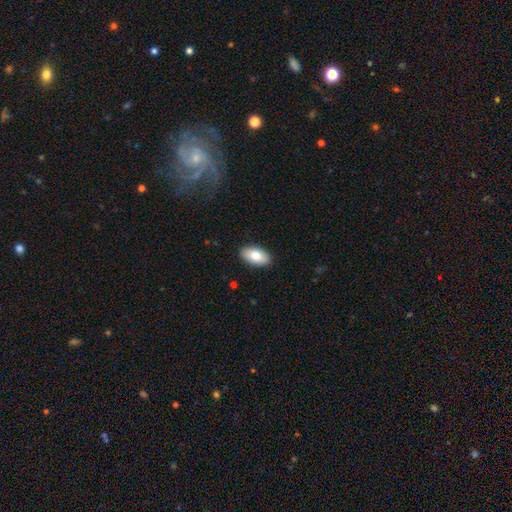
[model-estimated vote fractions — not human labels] smooth-or-featured: smooth: 81% | featured or disk: 13% | star or artifact: 6%
  how-rounded: in between: 94% | round: 3% | cigar-shaped: 3%
  merging: none: 89% | minor disturbance: 8% | major disturbance: 2% | merger: 1%